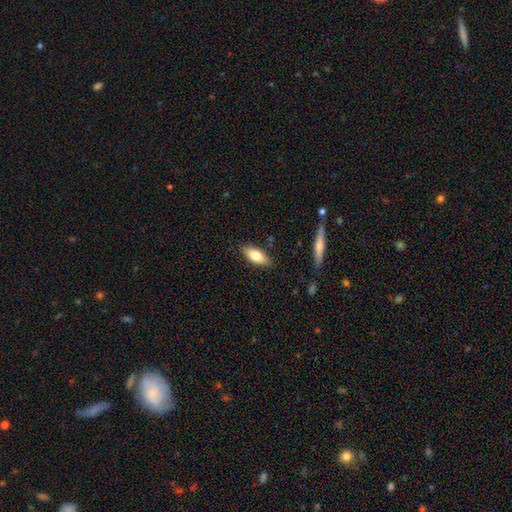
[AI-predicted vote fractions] Morphology: type=smooth (76%); roundness=in between (81%); merging=none (85%).